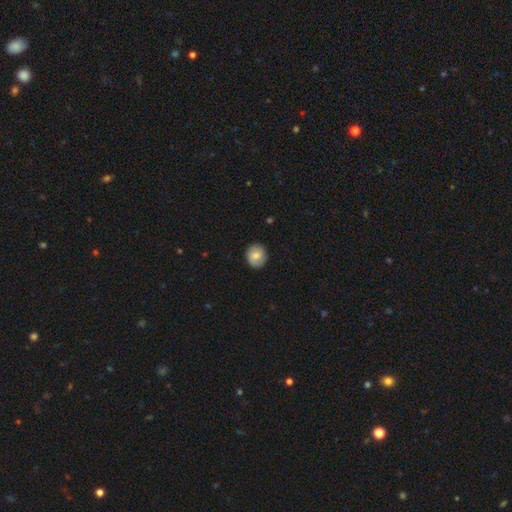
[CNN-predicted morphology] Smooth or featured?
  - smooth: 80% *
  - featured or disk: 13%
  - star or artifact: 7%
How rounded?
  - round: 81% *
  - in between: 18%
  - cigar-shaped: 1%
Merging?
  - none: 89% *
  - minor disturbance: 8%
  - major disturbance: 2%
  - merger: 1%